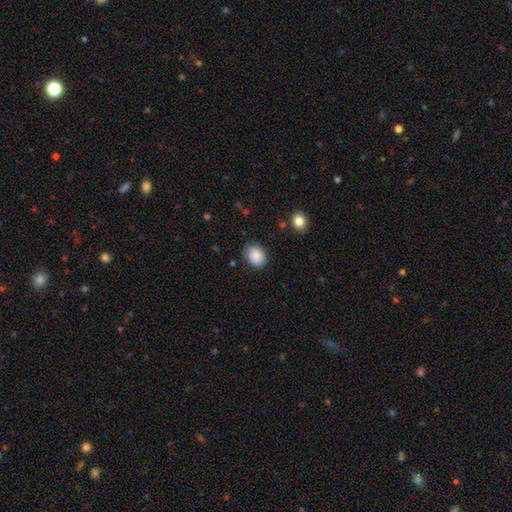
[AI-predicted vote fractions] Overall: smooth (85%). How rounded: in between (60%; round 39%). Merging: none (74%).